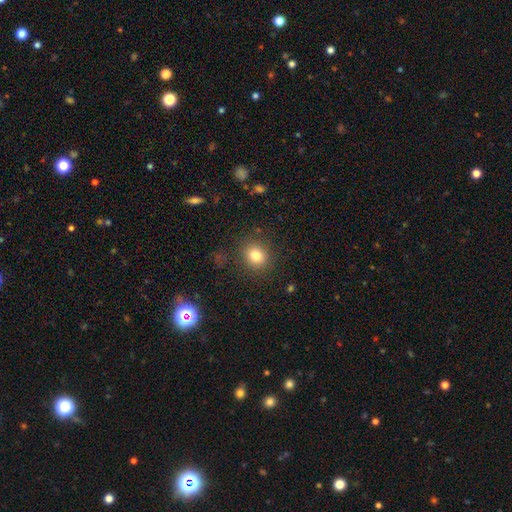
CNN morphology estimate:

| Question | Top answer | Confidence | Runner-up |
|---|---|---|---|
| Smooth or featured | smooth | 81% | star or artifact (12%) |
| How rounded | round | 74% | in between (25%) |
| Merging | none | 86% | minor disturbance (9%) |